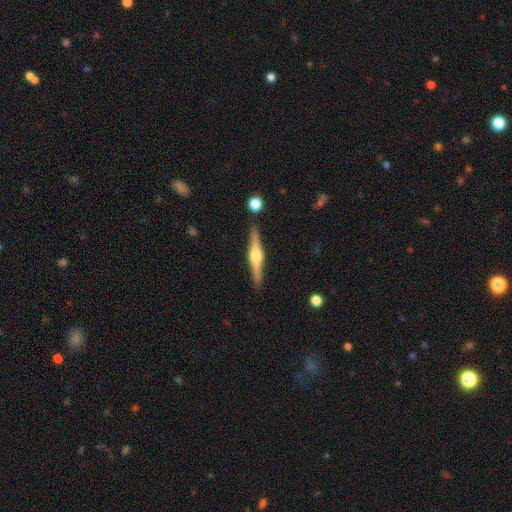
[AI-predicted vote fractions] smooth_or_featured: featured or disk (p=0.76) [alt: smooth p=0.19]
disk_edge_on: yes (p=0.98) [alt: no p=0.02]
edge_on_bulge: rounded (p=0.91) [alt: boxy p=0.06]
merging: none (p=0.88) [alt: minor disturbance p=0.08]